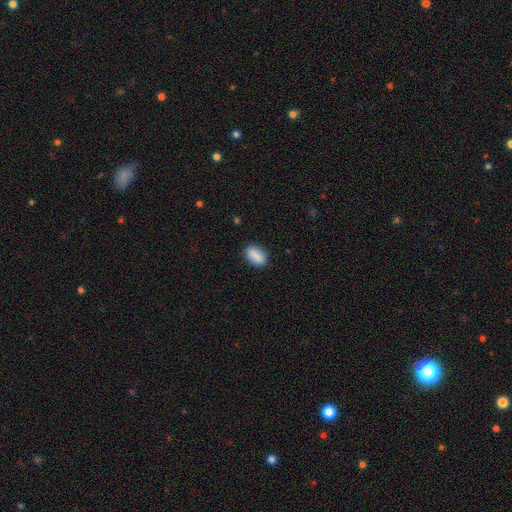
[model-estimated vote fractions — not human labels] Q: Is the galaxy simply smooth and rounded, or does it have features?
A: smooth — 88%.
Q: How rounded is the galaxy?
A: in between — 88%.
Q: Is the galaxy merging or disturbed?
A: none — 86%.